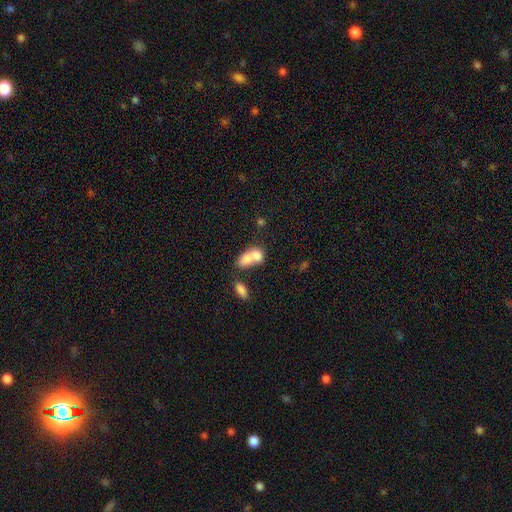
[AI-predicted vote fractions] smooth_or_featured: smooth (p=0.73) [alt: featured or disk p=0.18]
how_rounded: in between (p=0.74) [alt: round p=0.22]
merging: merger (p=0.72) [alt: none p=0.17]